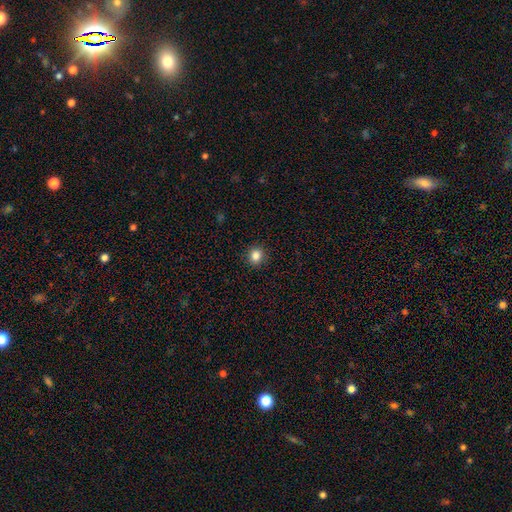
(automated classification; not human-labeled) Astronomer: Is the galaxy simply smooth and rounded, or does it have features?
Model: smooth — 84%.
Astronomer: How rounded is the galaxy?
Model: round — 88%.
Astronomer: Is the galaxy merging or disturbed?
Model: none — 92%.